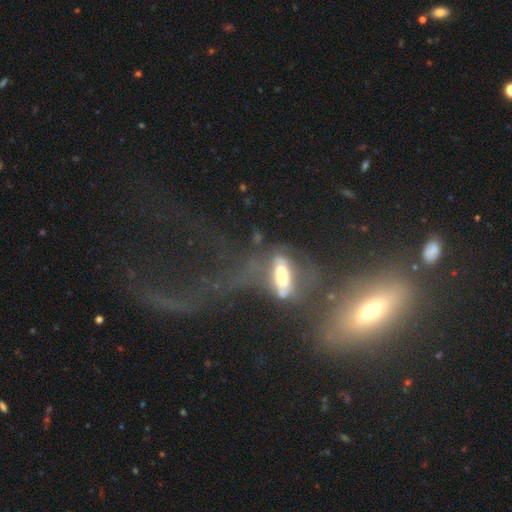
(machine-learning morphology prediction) This appears to be a featured or disk galaxy (51%). Merging: merger (38%, tied with major disturbance).